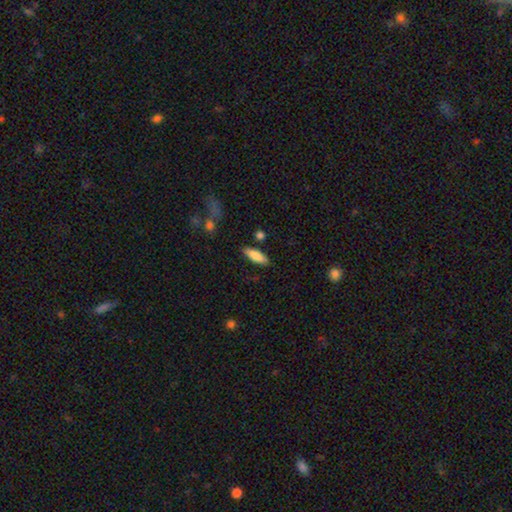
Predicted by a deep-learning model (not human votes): Overall: smooth (81%). How rounded: in between (58%; cigar-shaped 40%). Merging: none (84%).